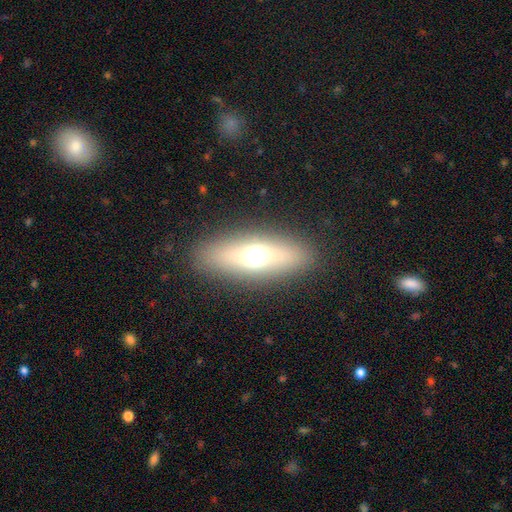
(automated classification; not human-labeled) A smooth galaxy with no disk features (55%) that is in between round and cigar-shaped (60%). Merging: none (88%).